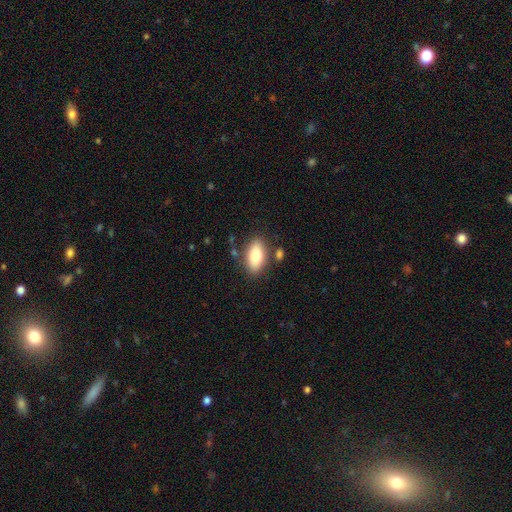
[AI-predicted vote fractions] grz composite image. It shows a smooth galaxy with no disk features (80%) that is in between round and cigar-shaped (91%). Merging: none (79%).